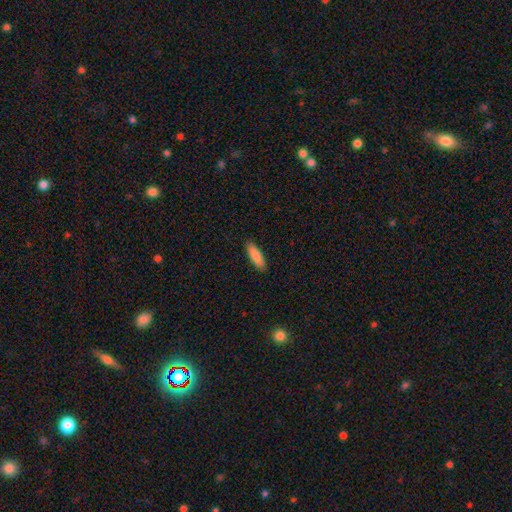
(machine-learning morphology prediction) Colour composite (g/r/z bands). It shows a smooth galaxy with no disk features (88%) that is cigar-shaped (55%). Merging: none (90%).